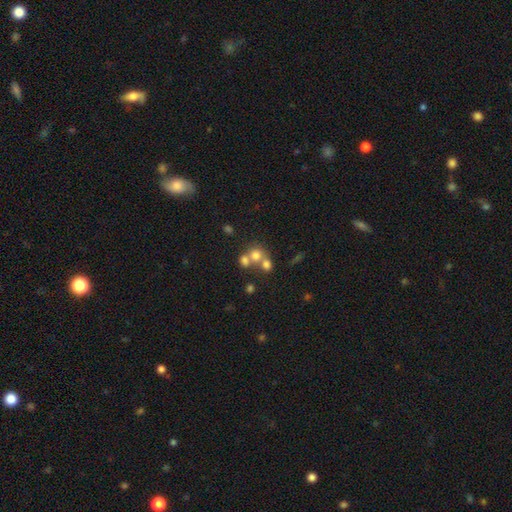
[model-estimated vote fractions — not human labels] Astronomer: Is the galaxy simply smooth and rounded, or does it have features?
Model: smooth — 67%.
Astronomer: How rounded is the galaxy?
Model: round — 80%.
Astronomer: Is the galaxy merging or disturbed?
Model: merger — 52% (runner-up: none, 38%).